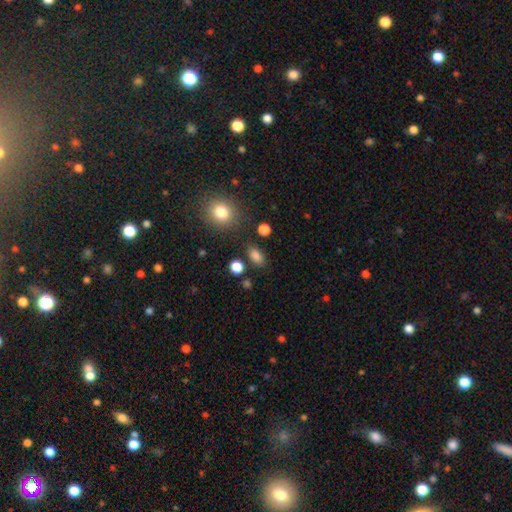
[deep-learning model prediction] This appears to be a smooth galaxy with no disk features (83%) that is in between round and cigar-shaped (83%). Merging: none (80%).